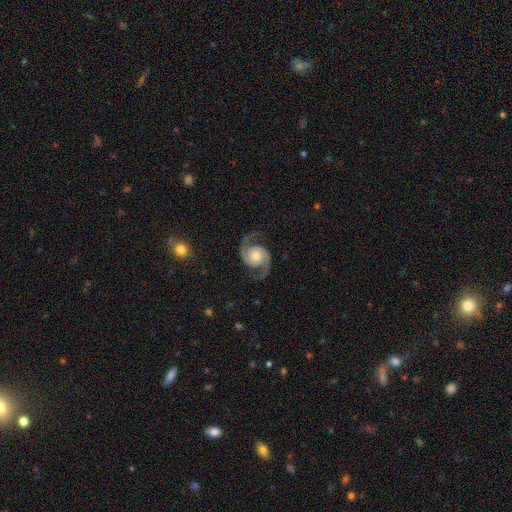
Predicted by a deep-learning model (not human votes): A featured or disk galaxy (93%) with no bar (75%), 2 (95%) medium (59%) spiral arms (99%) and a moderate central bulge (62%). Merging: none (84%).